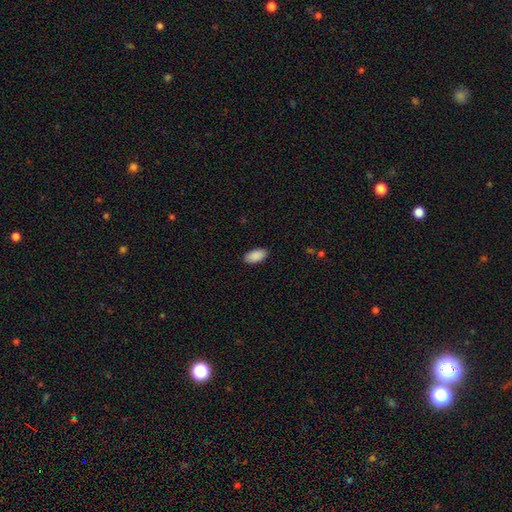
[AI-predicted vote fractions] A smooth galaxy with no disk features (91%) that is in between round and cigar-shaped (94%). Merging: none (89%).